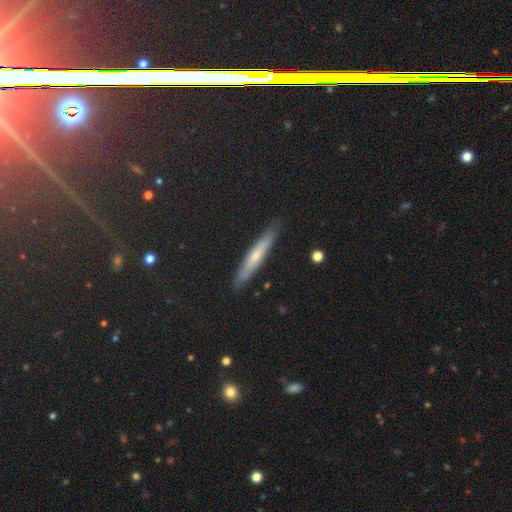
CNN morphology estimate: Smooth or featured? Predicted: smooth (p=0.45). Merging? Predicted: none (p=0.88).